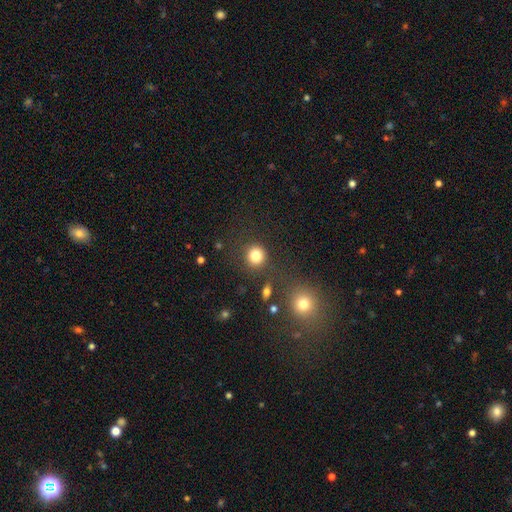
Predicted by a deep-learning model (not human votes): Smooth or featured? smooth (83%)
How rounded? round (89%)
Merging? none (82%)